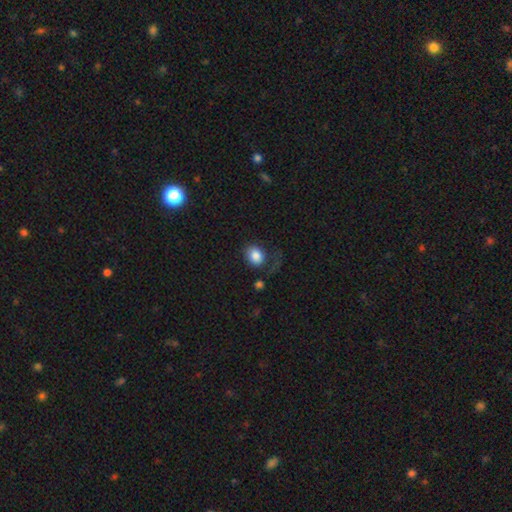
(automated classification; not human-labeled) smooth-or-featured: smooth: 83% | featured or disk: 9% | star or artifact: 8%
  how-rounded: round: 53% | in between: 46% | cigar-shaped: 1%
  merging: none: 53% | major disturbance: 24% | minor disturbance: 19% | merger: 5%